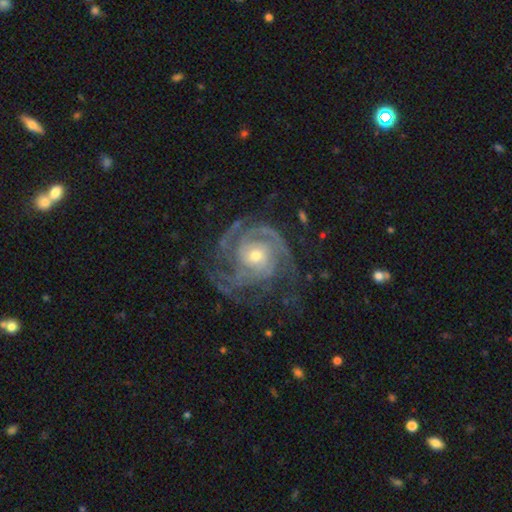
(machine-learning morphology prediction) featured or disk 90%, star or artifact 5%, smooth 5%. Down the decision tree: edge-on disk — no (97%); bar — no (73%); spiral arms — yes (97%); spiral arm count — 3 (26%); spiral winding — tight (67%); bulge size — moderate (54%); merging — none (67%).